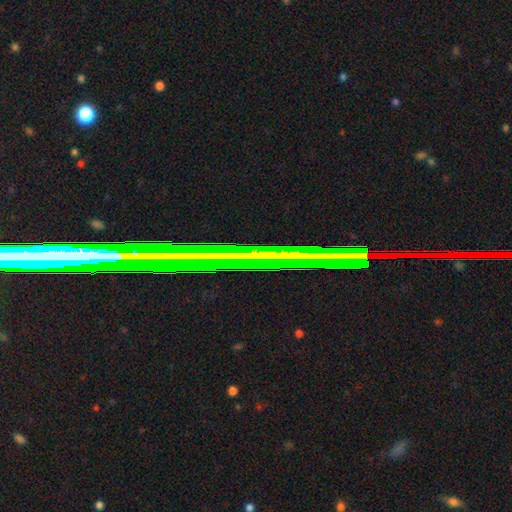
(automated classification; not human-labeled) A star or artifact, not a galaxy (65%).